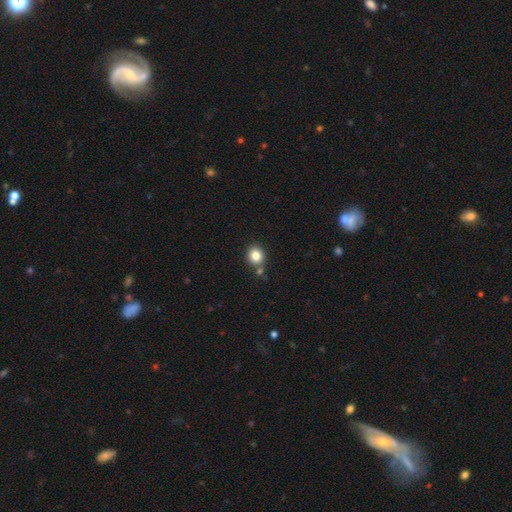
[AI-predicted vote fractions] This is clearly a smooth galaxy (84%). How rounded: likely round (80%). Merging: likely none (76%).